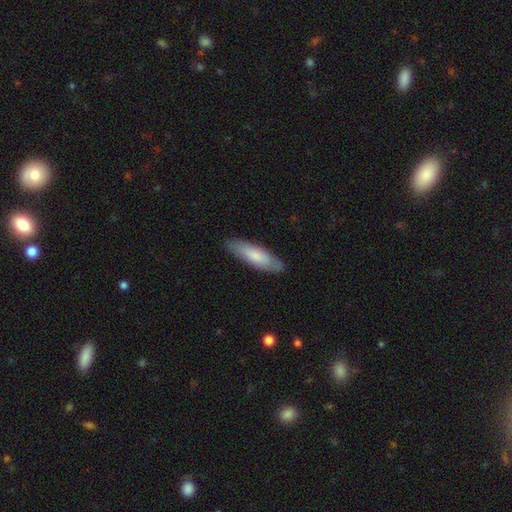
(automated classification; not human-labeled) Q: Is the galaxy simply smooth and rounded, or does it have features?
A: smooth — 76%.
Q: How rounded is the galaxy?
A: cigar-shaped — 57%.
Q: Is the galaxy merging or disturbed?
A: none — 85%.